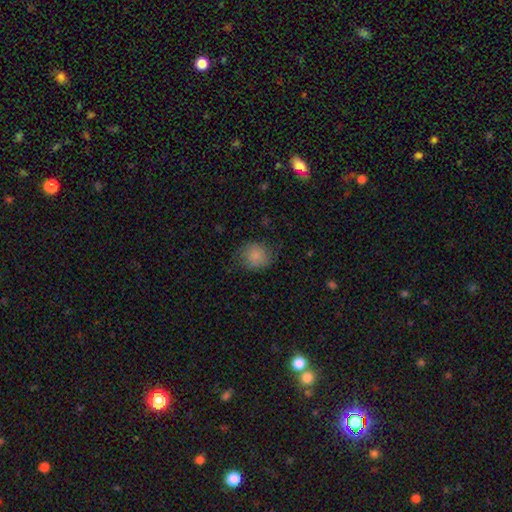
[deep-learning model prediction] Smooth or featured? Predicted: smooth (p=0.83). How rounded? Predicted: round (p=0.79). Merging? Predicted: none (p=0.72).